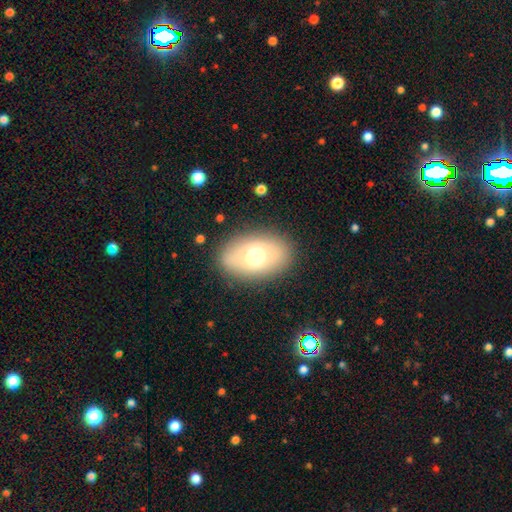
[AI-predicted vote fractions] Smooth or featured? Predicted: smooth (p=0.58). How rounded? Predicted: in between (p=0.84). Merging? Predicted: none (p=0.84).